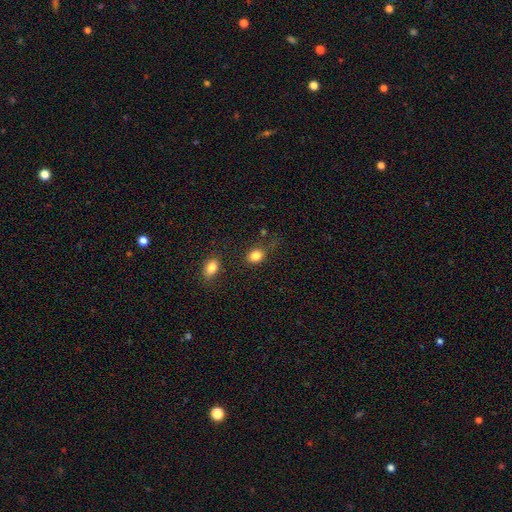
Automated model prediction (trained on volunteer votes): Smooth or featured: smooth — 84% (star or artifact — 10%)
How rounded: round — 50% (in between — 49%)
Merging: none — 75% (minor disturbance — 15%)